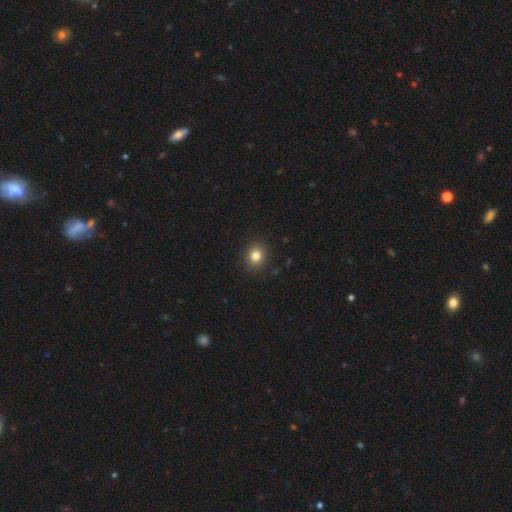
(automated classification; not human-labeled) smooth 82%, star or artifact 12%, featured or disk 6%. Down the decision tree: how rounded — round (74%); merging — none (90%).